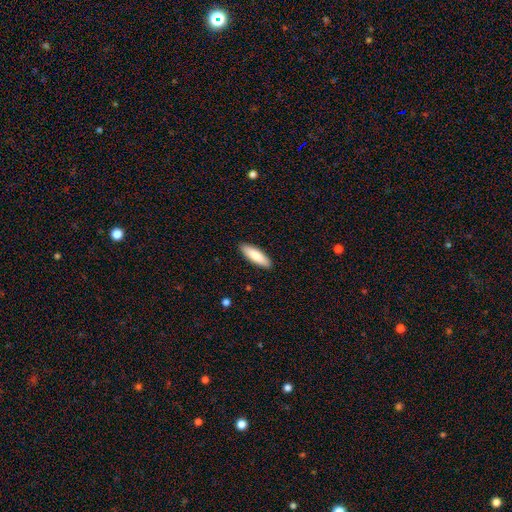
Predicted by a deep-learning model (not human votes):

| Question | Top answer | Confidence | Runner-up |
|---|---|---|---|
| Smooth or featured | smooth | 84% | featured or disk (11%) |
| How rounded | in between | 50% | cigar-shaped (49%) |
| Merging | none | 90% | minor disturbance (7%) |